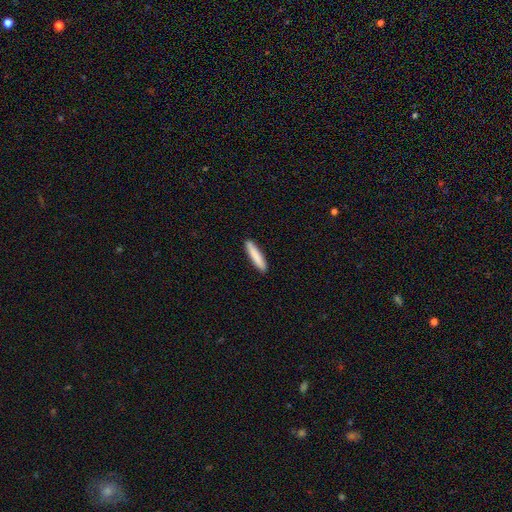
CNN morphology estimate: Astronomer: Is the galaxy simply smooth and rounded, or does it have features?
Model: smooth — 84%.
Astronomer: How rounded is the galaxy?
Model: cigar-shaped — 89%.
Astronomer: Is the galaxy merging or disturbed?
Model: none — 91%.